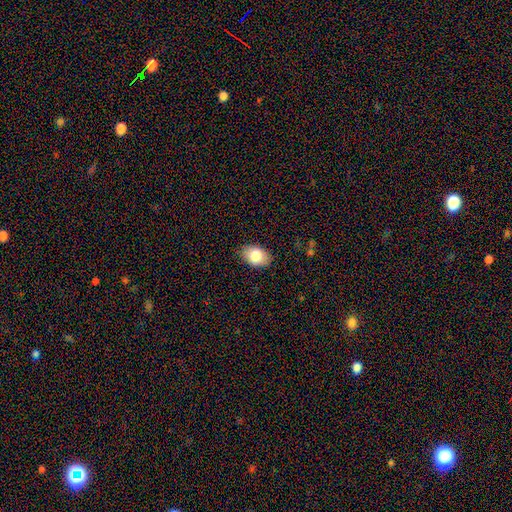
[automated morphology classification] Smooth or featured: smooth — 82% (featured or disk — 11%)
How rounded: in between — 88% (round — 11%)
Merging: none — 84% (minor disturbance — 12%)